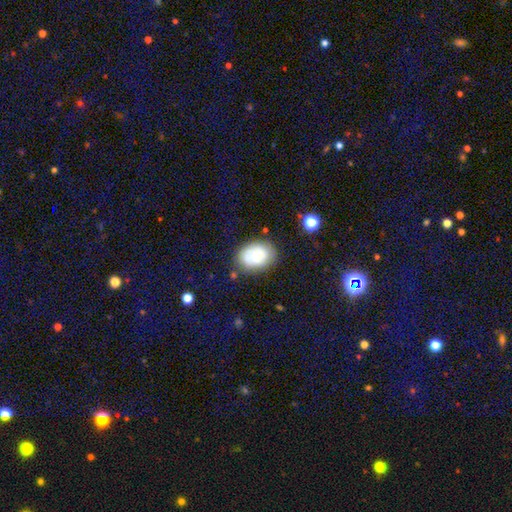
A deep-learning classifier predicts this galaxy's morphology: smooth_or_featured: smooth (p=0.66) [alt: featured or disk p=0.25]
how_rounded: in between (p=0.71) [alt: round p=0.28]
merging: none (p=0.73) [alt: minor disturbance p=0.18]